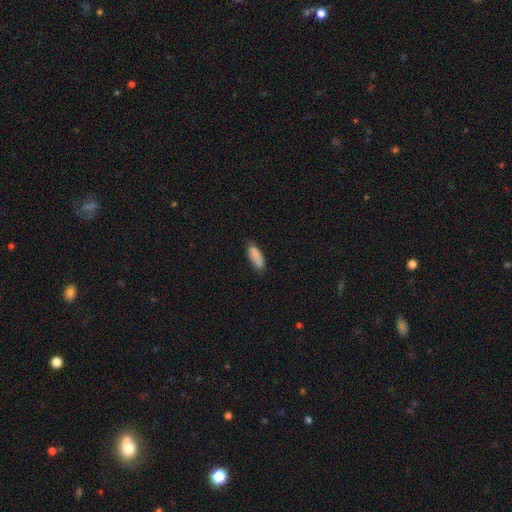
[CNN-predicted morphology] Smooth or featured? smooth (87%)
How rounded? in between (76%)
Merging? none (73%)